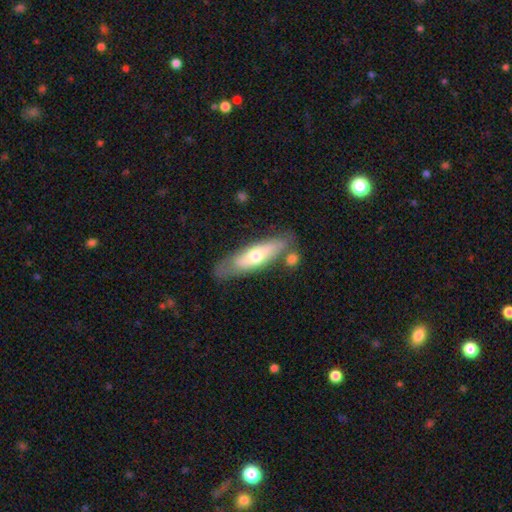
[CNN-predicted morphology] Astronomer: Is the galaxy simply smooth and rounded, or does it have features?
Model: smooth — 52% (runner-up: featured or disk, 42%).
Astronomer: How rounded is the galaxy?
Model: cigar-shaped — 56% (runner-up: in between, 42%).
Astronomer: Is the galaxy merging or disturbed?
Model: none — 67%.